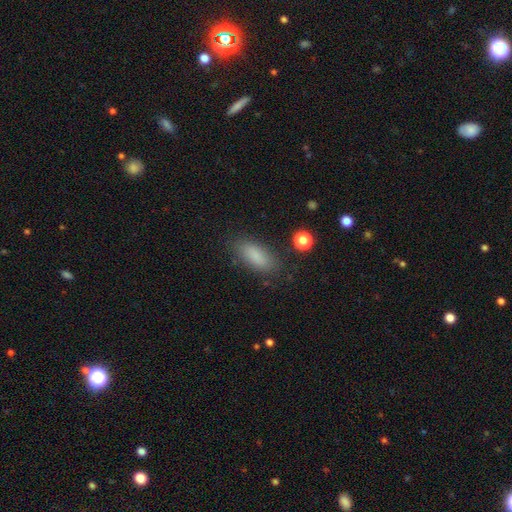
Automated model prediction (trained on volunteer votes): Smooth or featured? smooth (85%)
How rounded? in between (79%)
Merging? none (83%)